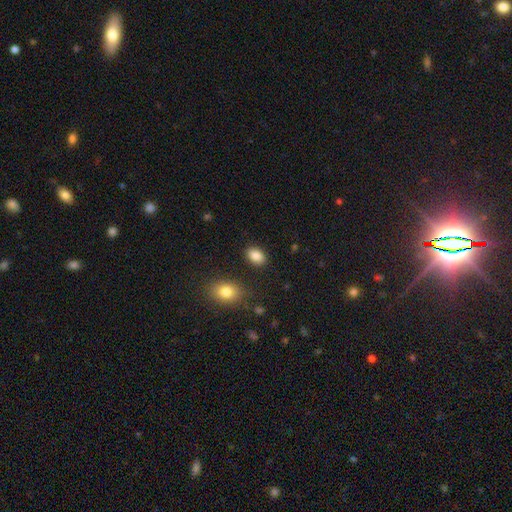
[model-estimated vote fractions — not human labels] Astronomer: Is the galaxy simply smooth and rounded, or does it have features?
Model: smooth — 87%.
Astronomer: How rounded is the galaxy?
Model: in between — 84%.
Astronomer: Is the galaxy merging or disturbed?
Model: none — 87%.